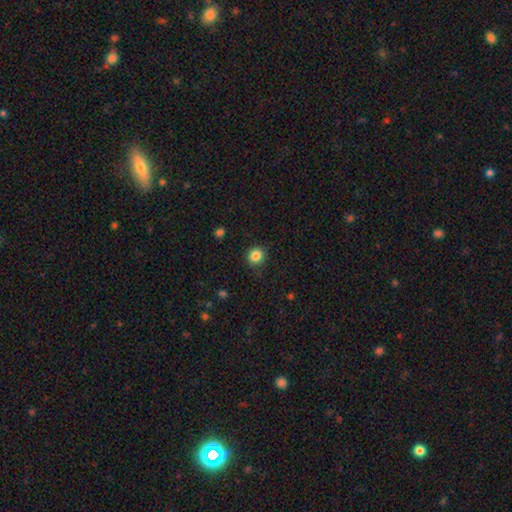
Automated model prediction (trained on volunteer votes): A smooth galaxy with no disk features (85%) that is round (87%). Merging: none (87%).